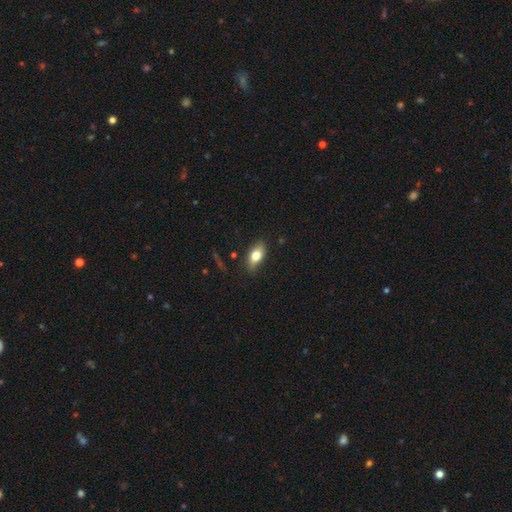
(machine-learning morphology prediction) Smooth or featured? smooth (73%)
How rounded? in between (85%)
Merging? none (81%)